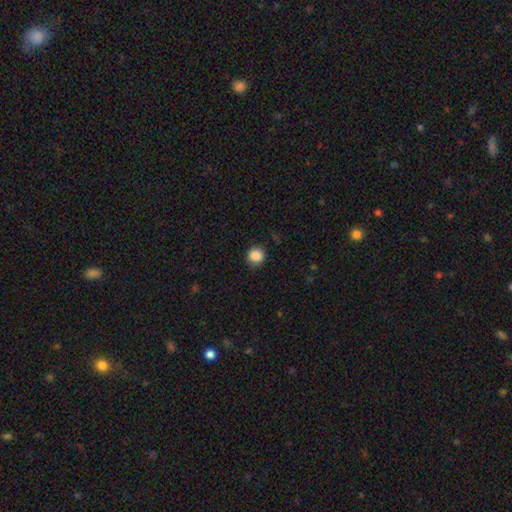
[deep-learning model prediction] Smooth or featured?
  - smooth: 88% *
  - star or artifact: 9%
  - featured or disk: 3%
How rounded?
  - round: 88% *
  - in between: 11%
  - cigar-shaped: 1%
Merging?
  - none: 86% *
  - minor disturbance: 10%
  - major disturbance: 3%
  - merger: 1%